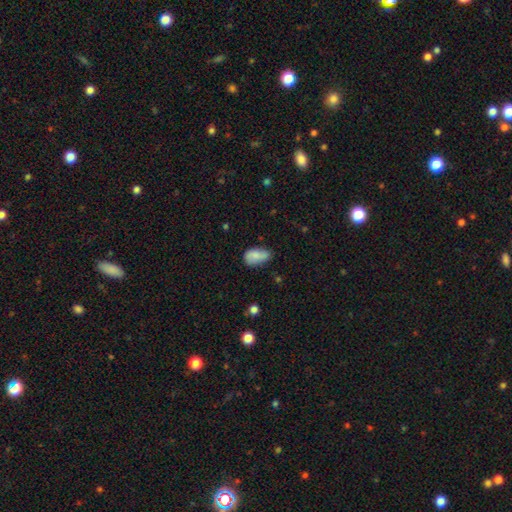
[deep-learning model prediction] This is likely a smooth galaxy (74%). How rounded: clearly in between (91%). Merging: possibly none (49%).